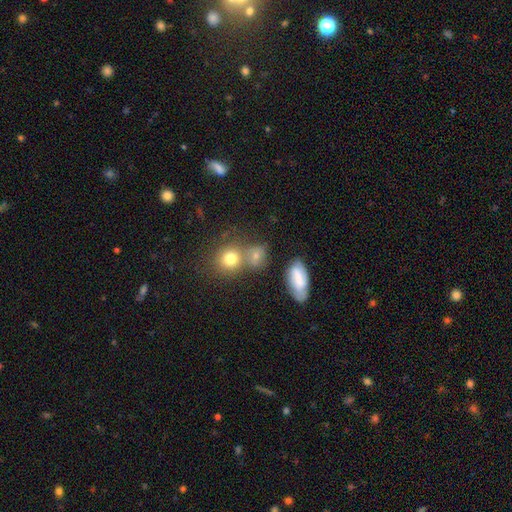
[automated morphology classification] The model was most divided on "merging": none: 53%, merger: 27%, minor disturbance: 14%, major disturbance: 6%. More confident: smooth or featured — smooth (68%); how rounded — round (65%).